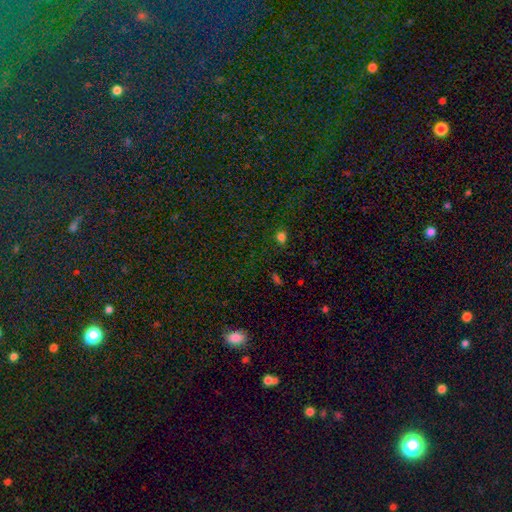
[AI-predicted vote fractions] This is likely a star or artifact rather than a galaxy (75%).